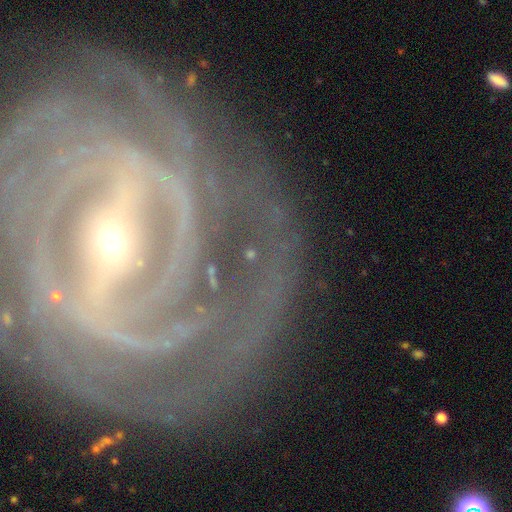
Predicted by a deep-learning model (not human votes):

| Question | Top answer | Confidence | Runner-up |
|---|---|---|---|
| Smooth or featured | featured or disk | 90% | star or artifact (6%) |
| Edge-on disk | no | 96% | yes (4%) |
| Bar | strong | 67% | weak (21%) |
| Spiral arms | yes | 97% | no (3%) |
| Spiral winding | tight | 70% | medium (24%) |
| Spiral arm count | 3 | 23% | 2 (22%) |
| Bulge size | small | 80% | moderate (16%) |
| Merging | none | 73% | minor disturbance (15%) |